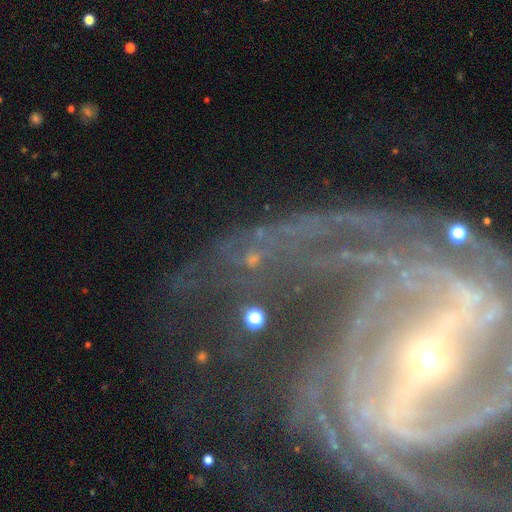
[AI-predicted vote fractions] A featured or disk galaxy (88%) with a strong bar (62%), 2 (27%) tight (48%) spiral arms (96%) and a small central bulge (78%). Merging: none (58%).